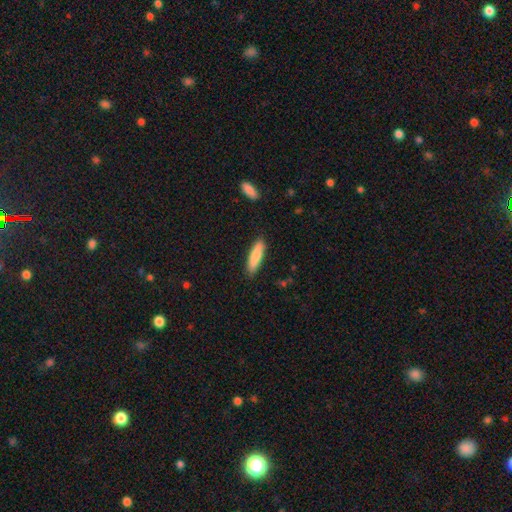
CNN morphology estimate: This appears to be a smooth galaxy with no disk features (85%) that is cigar-shaped (72%). Merging: none (86%).